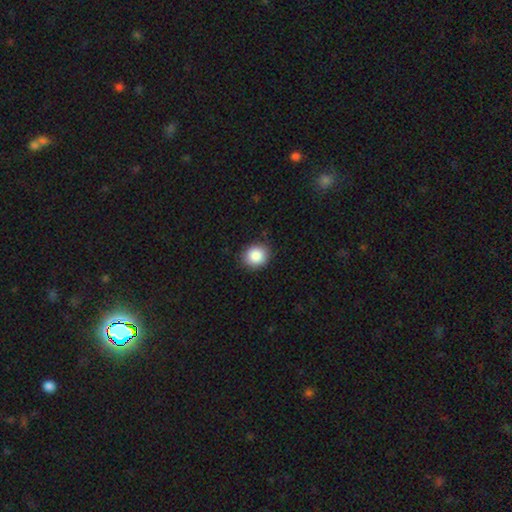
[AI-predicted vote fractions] Smooth or featured? Predicted: smooth (p=0.87). How rounded? Predicted: round (p=0.80). Merging? Predicted: none (p=0.89).